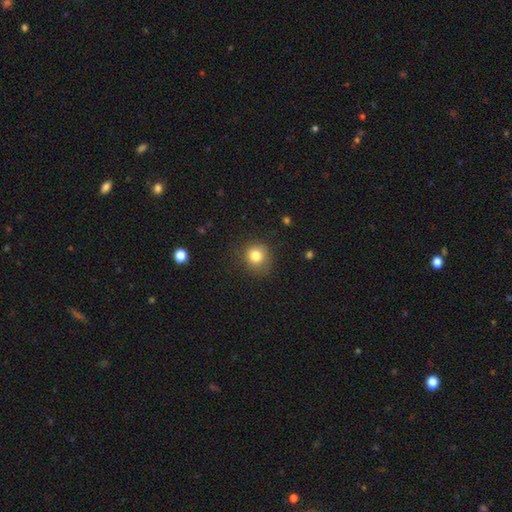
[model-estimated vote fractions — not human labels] smooth 81%, star or artifact 12%, featured or disk 7%. Down the decision tree: how rounded — round (86%); merging — none (79%).